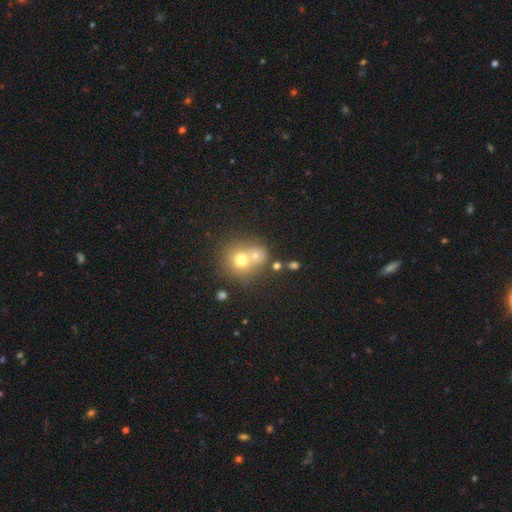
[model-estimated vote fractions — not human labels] This appears to be a smooth galaxy with no disk features (68%) that is round (77%). Merging: merger (55%).